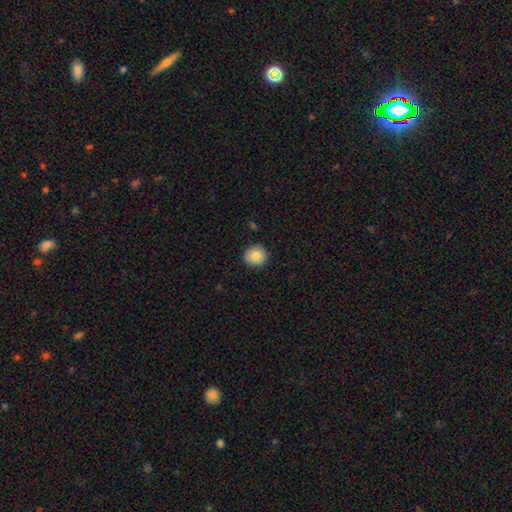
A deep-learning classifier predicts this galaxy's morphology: type=smooth (82%); roundness=round (91%); merging=none (90%).